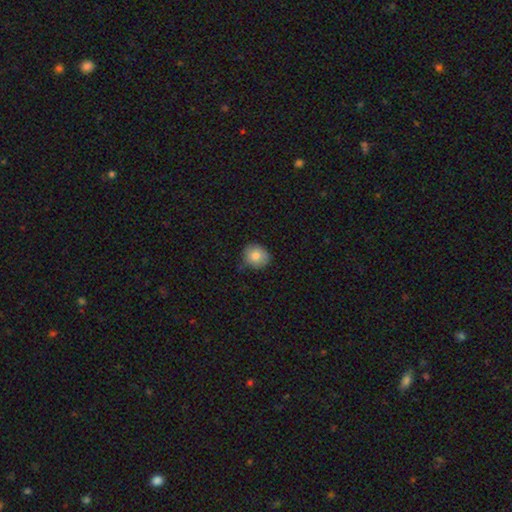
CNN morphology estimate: This is clearly a smooth galaxy (83%). How rounded: likely round (78%). Merging: likely none (77%).